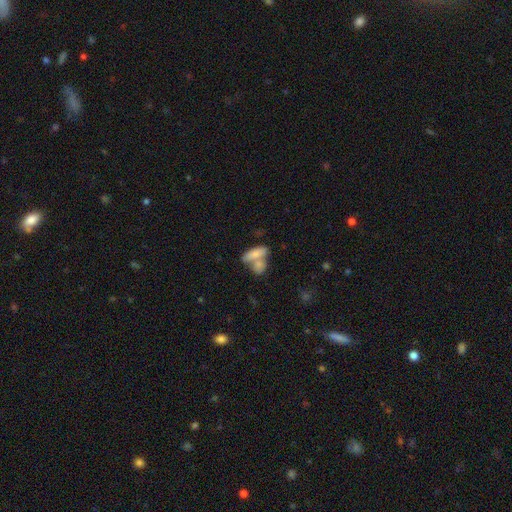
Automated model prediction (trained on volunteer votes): Morphology: type=smooth (75%); roundness=in between (73%); merging=merger (56%).